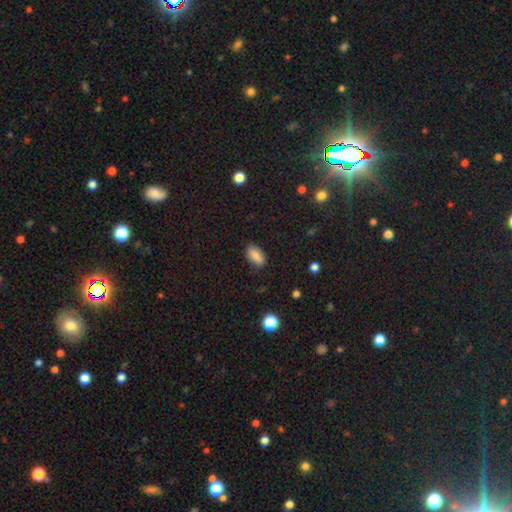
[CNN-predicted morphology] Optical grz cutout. It shows a smooth galaxy with no disk features (87%) that is in between round and cigar-shaped (91%). Merging: none (84%).